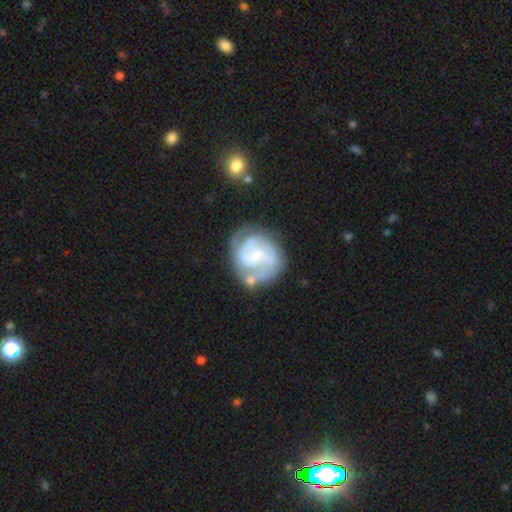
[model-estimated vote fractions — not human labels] The model was most divided on "spiral winding": tight: 44%, medium: 41%, loose: 15%. Remaining: edge-on disk — no (98%); spiral arms — yes (85%); smooth or featured — featured or disk (75%); merging — none (56%); bar — no (53%); spiral arm count — 2 (49%); bulge size — small (41%).